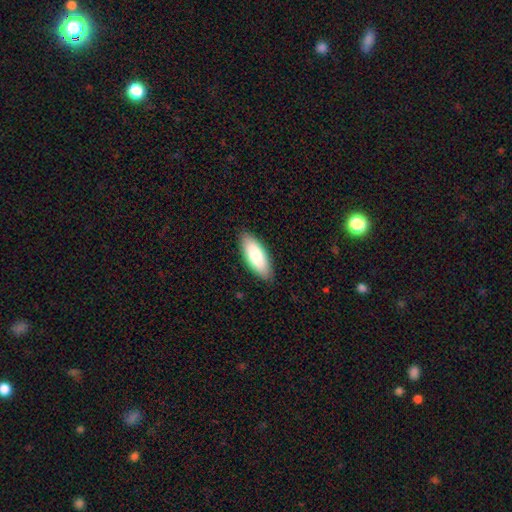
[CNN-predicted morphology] type=smooth (80%); roundness=in between (76%); merging=none (88%).